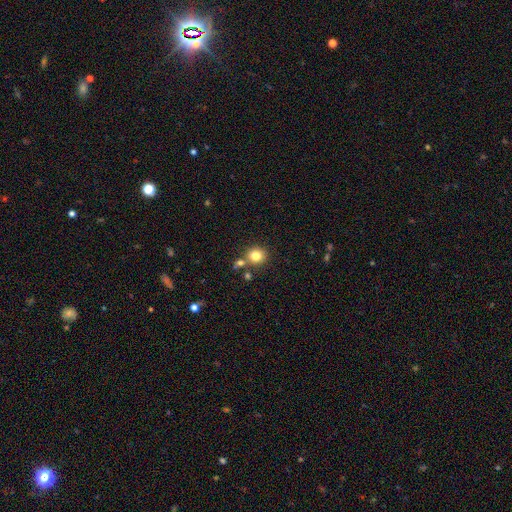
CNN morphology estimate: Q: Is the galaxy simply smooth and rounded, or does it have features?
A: smooth — 81%.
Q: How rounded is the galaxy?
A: round — 87%.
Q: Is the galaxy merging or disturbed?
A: none — 72%.